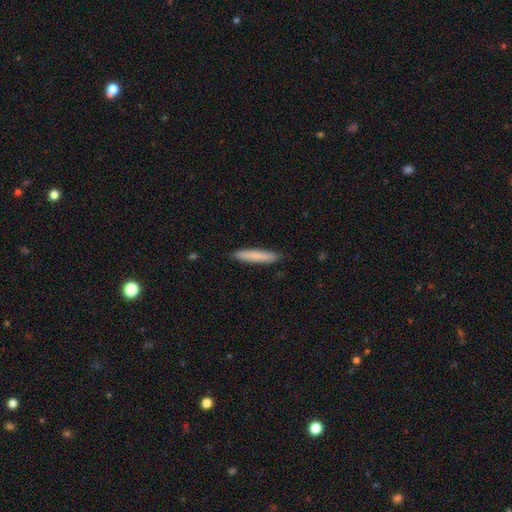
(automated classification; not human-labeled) A smooth galaxy with no disk features (80%) that is cigar-shaped (91%). Merging: none (89%).